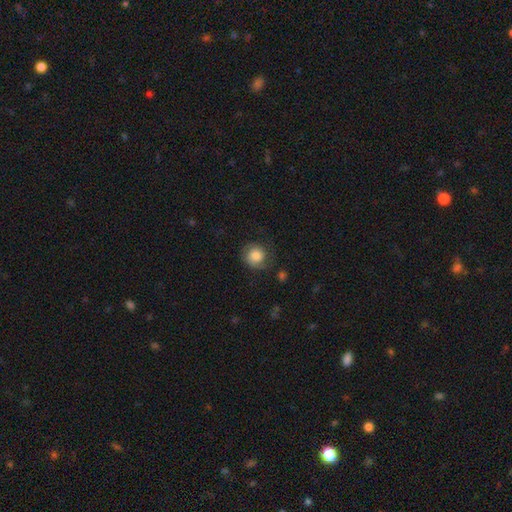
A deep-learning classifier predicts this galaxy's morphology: smooth 65%, featured or disk 26%, star or artifact 9%. Down the decision tree: how rounded — round (84%); merging — none (68%).